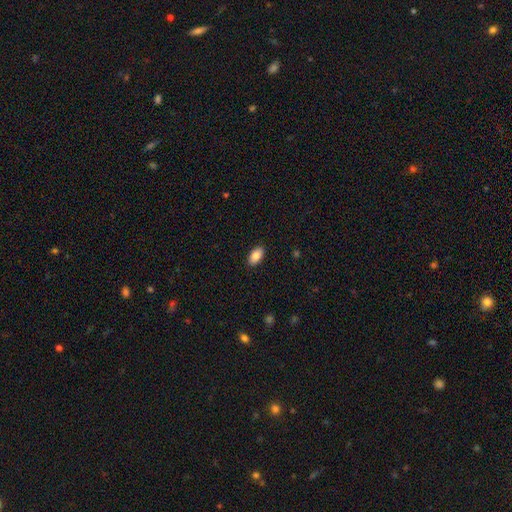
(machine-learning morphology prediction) Smooth or featured: smooth — 86% (featured or disk — 7%)
How rounded: in between — 94% (round — 4%)
Merging: none — 89% (minor disturbance — 8%)